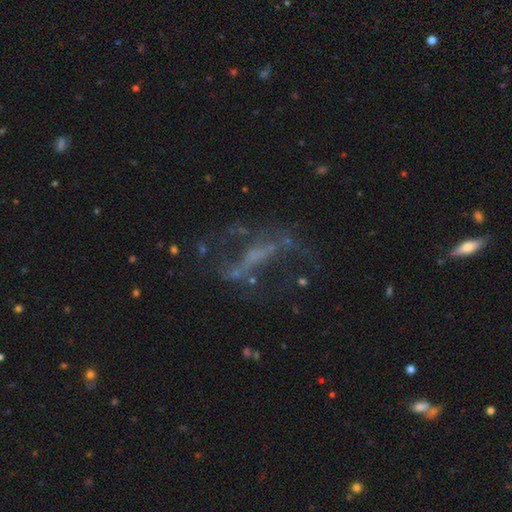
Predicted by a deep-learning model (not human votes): Smooth or featured?
  - featured or disk: 65% *
  - star or artifact: 20%
  - smooth: 14%
Edge-on disk?
  - no: 87% *
  - yes: 13%
Bar?
  - strong: 37% *
  - no: 35%
  - weak: 28%
Spiral arms?
  - no: 52% *
  - yes: 48%
Bulge size?
  - none: 61% *
  - small: 24%
  - moderate: 11%
  - large: 3%
  - dominant: 1%
Merging?
  - none: 49% *
  - major disturbance: 31%
  - minor disturbance: 15%
  - merger: 6%